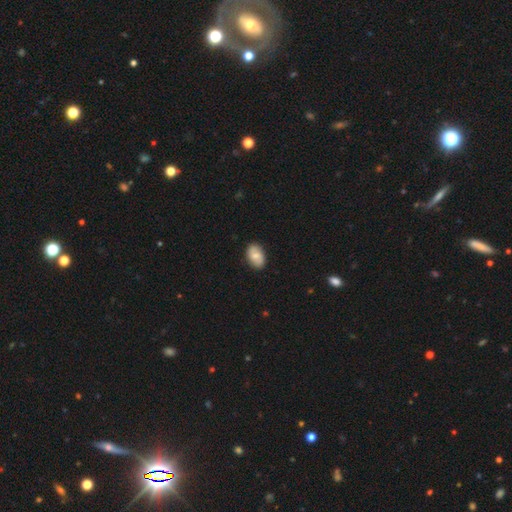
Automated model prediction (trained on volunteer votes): smooth-or-featured: smooth: 64% | featured or disk: 28% | star or artifact: 7%
  how-rounded: in between: 87% | round: 12% | cigar-shaped: 1%
  merging: none: 85% | minor disturbance: 12% | major disturbance: 2% | merger: 1%